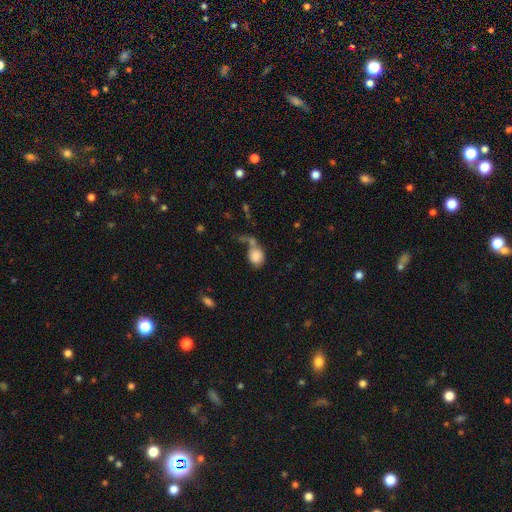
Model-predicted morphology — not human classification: type=smooth (81%); roundness=round (57%); merging=merger (33%).